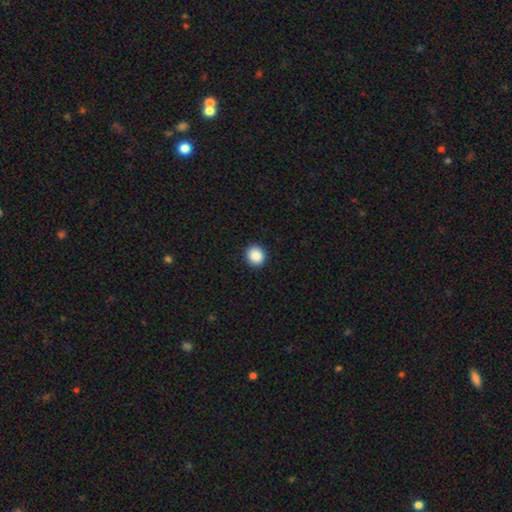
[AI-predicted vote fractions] Overall: smooth (89%). How rounded: round (85%). Merging: none (92%).